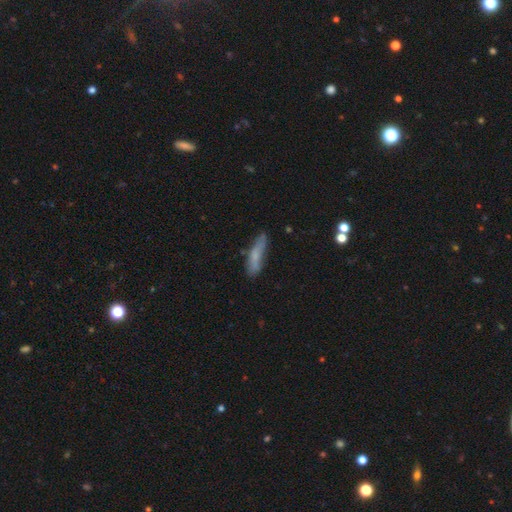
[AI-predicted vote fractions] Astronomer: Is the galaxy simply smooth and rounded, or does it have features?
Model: smooth — 68%.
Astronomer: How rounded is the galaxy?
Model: cigar-shaped — 76%.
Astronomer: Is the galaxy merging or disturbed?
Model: none — 67%.